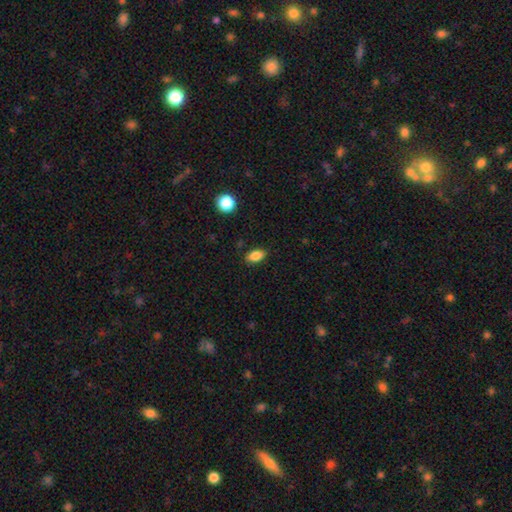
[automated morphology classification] Overall: smooth (84%). How rounded: in between (87%). Merging: none (85%).